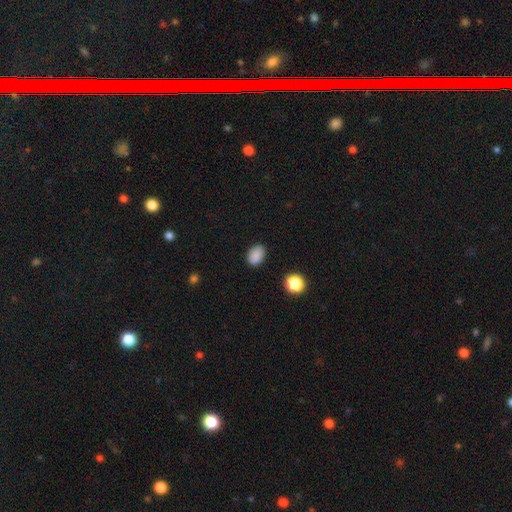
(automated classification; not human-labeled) The model was most divided on "how rounded": in between: 78%, round: 21%, cigar-shaped: 1%. More confident: smooth or featured — smooth (87%); merging — none (86%).